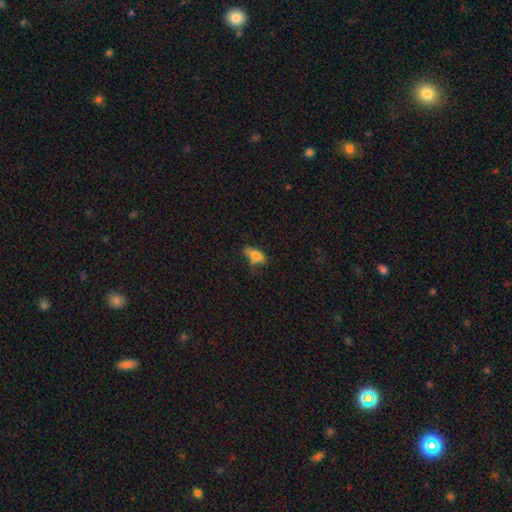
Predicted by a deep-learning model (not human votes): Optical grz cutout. It shows a smooth galaxy with no disk features (75%) that is in between round and cigar-shaped (85%). Merging: none (41%).